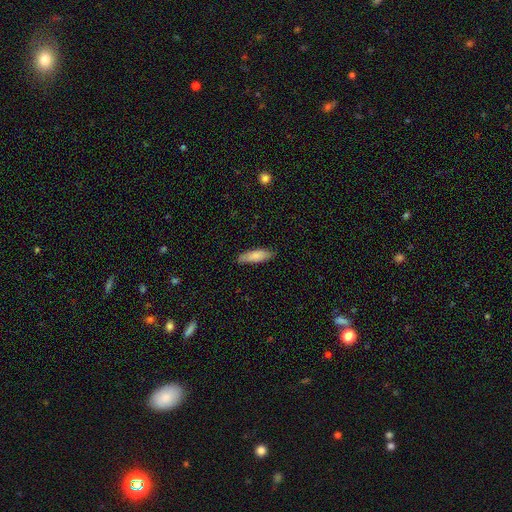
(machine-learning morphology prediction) A smooth galaxy with no disk features (83%) that is cigar-shaped (50%). Merging: none (82%).